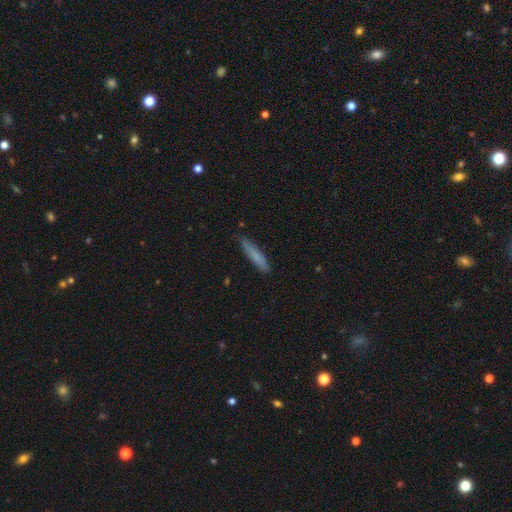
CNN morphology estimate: Q: Smooth or featured?
A: smooth (78%); runner-up: featured or disk (16%)
Q: How rounded?
A: cigar-shaped (91%); runner-up: in between (8%)
Q: Merging?
A: none (84%); runner-up: minor disturbance (13%)